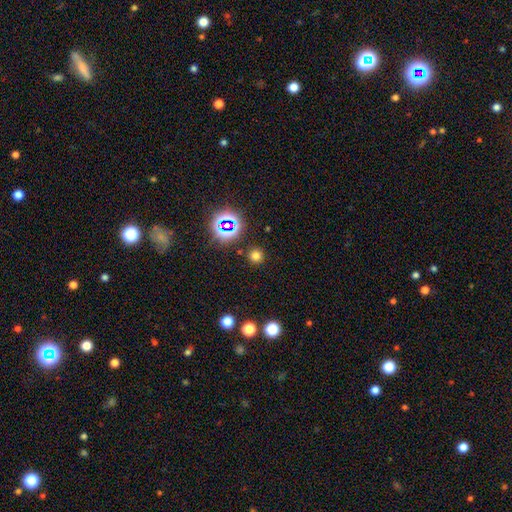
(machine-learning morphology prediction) A smooth galaxy with no disk features (69%) that is round (93%). Merging: none (89%).